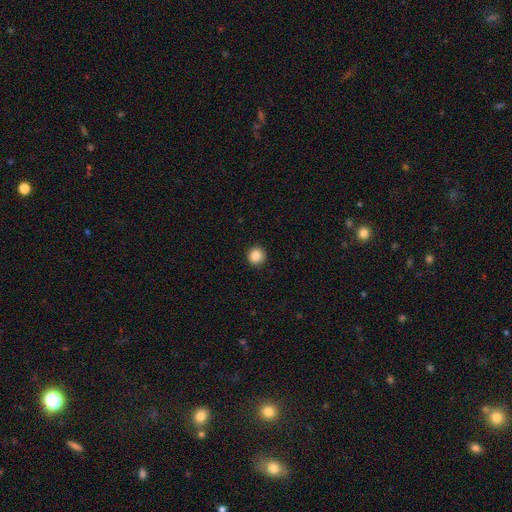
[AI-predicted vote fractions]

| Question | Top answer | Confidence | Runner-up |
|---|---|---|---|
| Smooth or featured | smooth | 87% | star or artifact (10%) |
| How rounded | round | 94% | in between (5%) |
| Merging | none | 92% | minor disturbance (5%) |